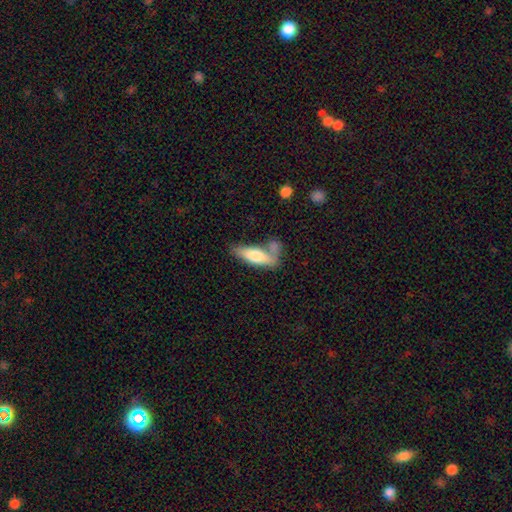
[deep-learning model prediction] A smooth galaxy with no disk features (67%) that is in between round and cigar-shaped (49%). Merging: none (45%).